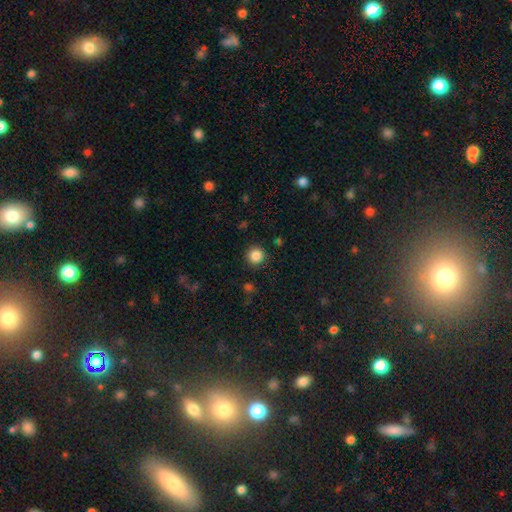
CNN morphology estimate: Smooth or featured?
  - smooth: 86% *
  - star or artifact: 11%
  - featured or disk: 4%
How rounded?
  - round: 95% *
  - in between: 4%
  - cigar-shaped: 1%
Merging?
  - none: 91% *
  - minor disturbance: 6%
  - major disturbance: 2%
  - merger: 1%